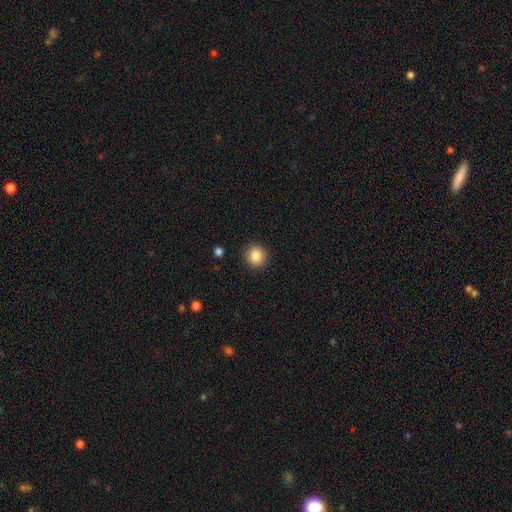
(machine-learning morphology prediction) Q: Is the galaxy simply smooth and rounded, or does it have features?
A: smooth — 86%.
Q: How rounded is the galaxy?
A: round — 90%.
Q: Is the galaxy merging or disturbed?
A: none — 91%.